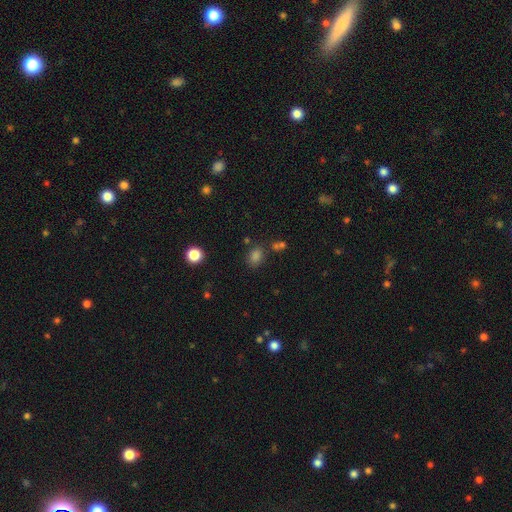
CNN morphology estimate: Smooth or featured? Predicted: smooth (p=0.77). How rounded? Predicted: in between (p=0.62). Merging? Predicted: none (p=0.75).